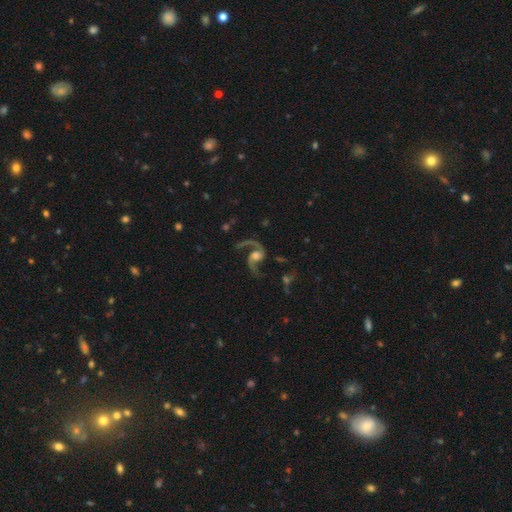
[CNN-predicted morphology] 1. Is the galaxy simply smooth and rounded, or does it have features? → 89% featured or disk, 6% star or artifact, 5% smooth.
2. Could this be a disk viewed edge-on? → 97% no, 3% yes.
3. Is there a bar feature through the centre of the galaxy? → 58% no, 32% weak, 10% strong.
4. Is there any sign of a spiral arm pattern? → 97% yes, 3% no.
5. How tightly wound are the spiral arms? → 66% loose, 29% medium, 4% tight.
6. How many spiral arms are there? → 90% 2, 6% 1, 1% can't tell, 1% 3, 1% 4, 1% more than 4.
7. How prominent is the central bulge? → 50% moderate, 27% large, 14% small, 6% none, 3% dominant.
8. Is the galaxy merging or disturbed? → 60% none, 19% major disturbance, 16% minor disturbance, 5% merger.